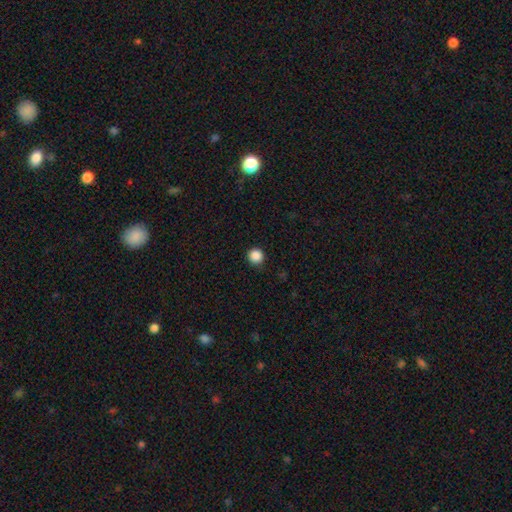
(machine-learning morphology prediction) Q: Smooth or featured?
A: smooth (87%); runner-up: star or artifact (10%)
Q: How rounded?
A: round (96%); runner-up: in between (3%)
Q: Merging?
A: none (92%); runner-up: minor disturbance (6%)